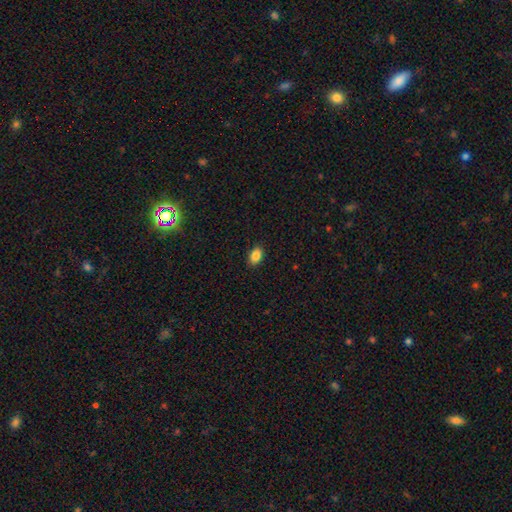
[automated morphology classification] The model was most divided on "how rounded": in between: 85%, round: 14%, cigar-shaped: 1%. More confident: merging — none (88%); smooth or featured — smooth (87%).